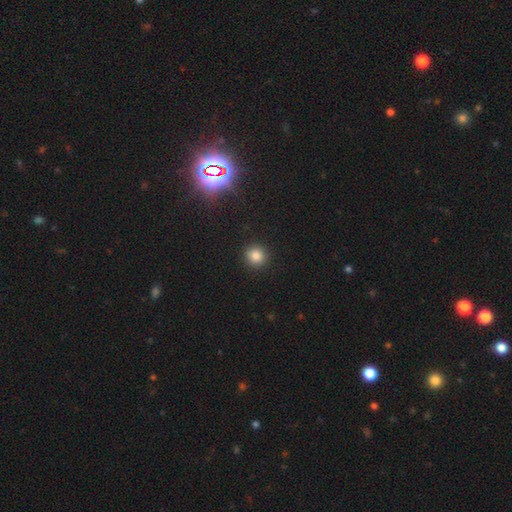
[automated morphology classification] smooth_or_featured: smooth (p=0.83) [alt: star or artifact p=0.12]
how_rounded: round (p=0.93) [alt: in between p=0.06]
merging: none (p=0.91) [alt: minor disturbance p=0.05]